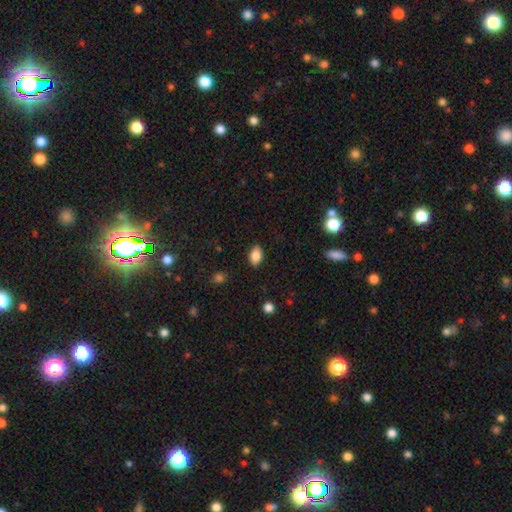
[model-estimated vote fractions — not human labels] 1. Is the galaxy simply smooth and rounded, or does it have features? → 85% smooth, 9% star or artifact, 6% featured or disk.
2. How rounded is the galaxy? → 89% in between, 9% round, 2% cigar-shaped.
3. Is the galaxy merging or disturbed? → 87% none, 9% minor disturbance, 2% major disturbance, 1% merger.